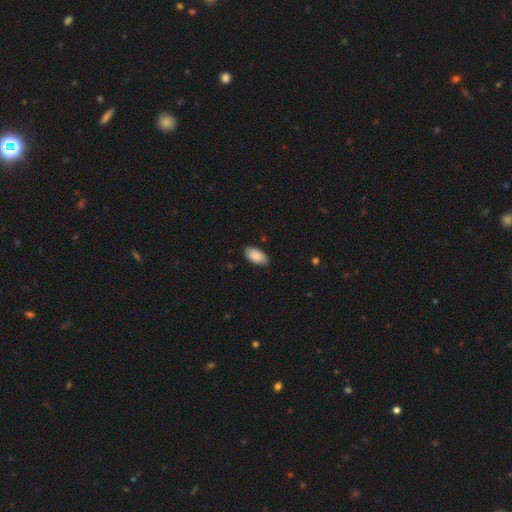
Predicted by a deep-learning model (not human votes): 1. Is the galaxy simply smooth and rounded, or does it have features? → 88% smooth, 6% featured or disk, 6% star or artifact.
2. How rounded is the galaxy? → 95% in between, 3% cigar-shaped, 3% round.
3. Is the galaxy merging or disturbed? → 81% none, 16% minor disturbance, 3% major disturbance, 1% merger.